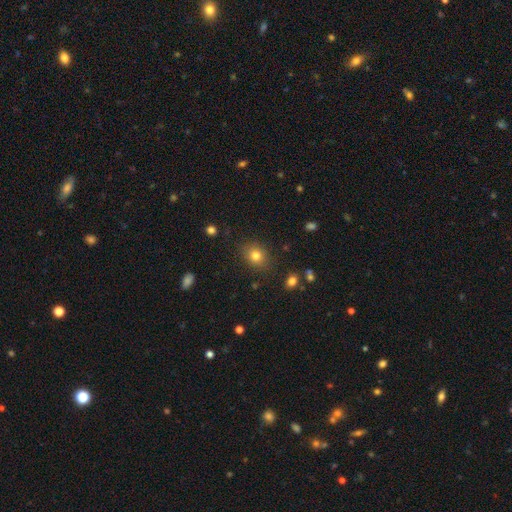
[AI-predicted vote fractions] This appears to be a smooth galaxy with no disk features (80%) that is round (64%). Merging: none (85%).